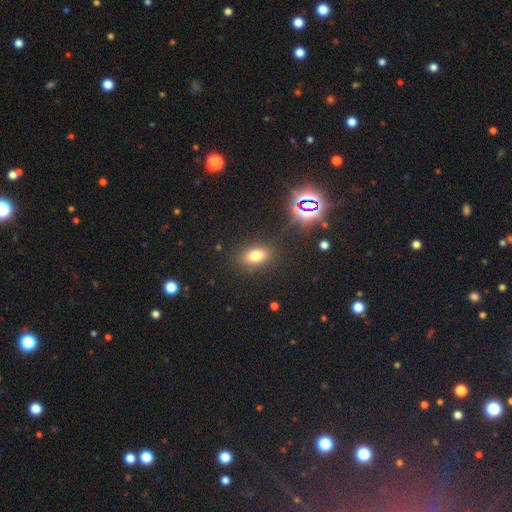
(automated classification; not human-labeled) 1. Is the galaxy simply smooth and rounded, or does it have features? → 71% smooth, 19% star or artifact, 10% featured or disk.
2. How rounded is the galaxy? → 77% in between, 19% round, 3% cigar-shaped.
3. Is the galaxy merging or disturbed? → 84% none, 10% minor disturbance, 4% major disturbance, 2% merger.